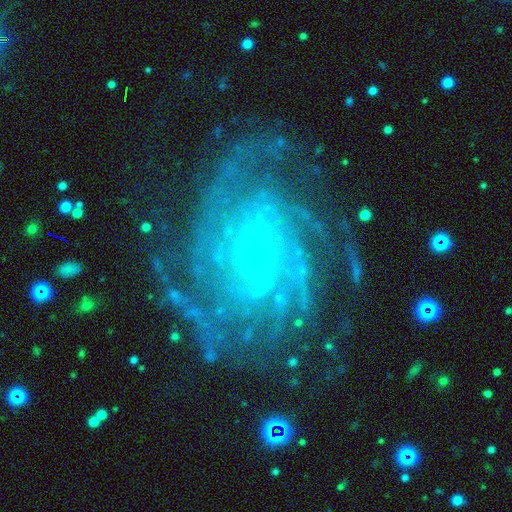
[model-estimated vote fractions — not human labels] A featured or disk galaxy (90%) with no bar (78%), 4 (25%) tight (71%) spiral arms (98%) and a small central bulge (88%). Merging: none (75%).